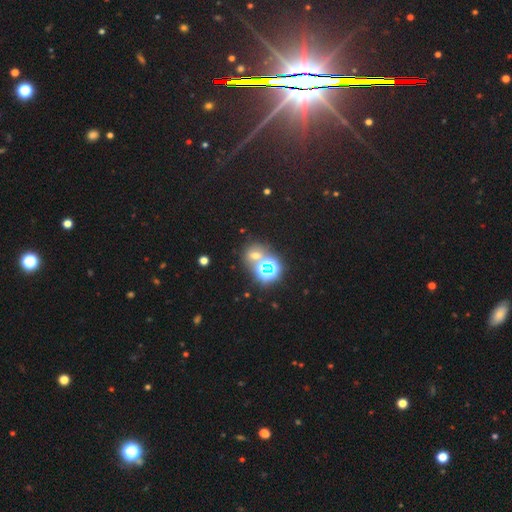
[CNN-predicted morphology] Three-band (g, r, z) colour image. It shows a star or artifact, not a galaxy (53%).